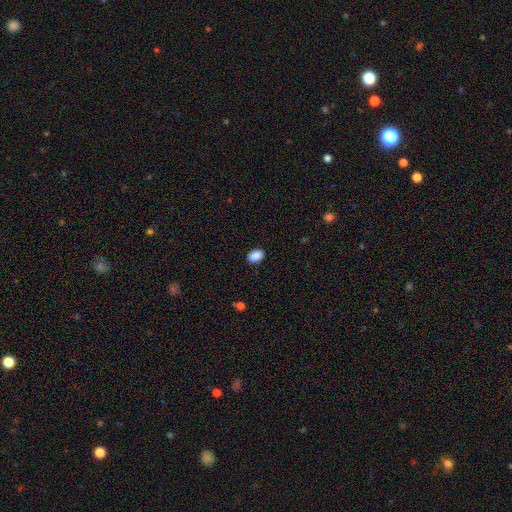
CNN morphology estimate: Smooth or featured: smooth — 89% (star or artifact — 8%)
How rounded: in between — 86% (round — 13%)
Merging: none — 88% (minor disturbance — 9%)